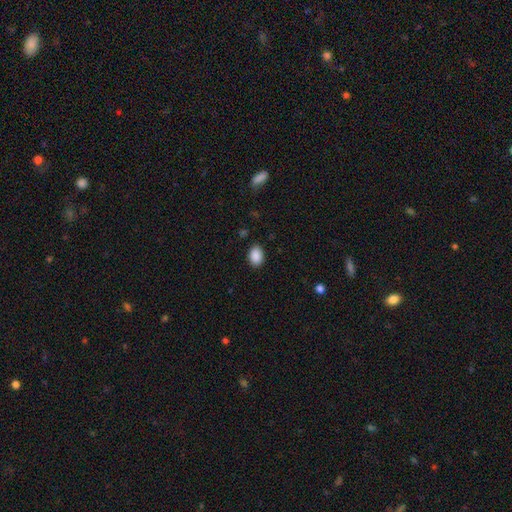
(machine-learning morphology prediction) Smooth or featured? Predicted: smooth (p=0.89). How rounded? Predicted: in between (p=0.79). Merging? Predicted: none (p=0.87).